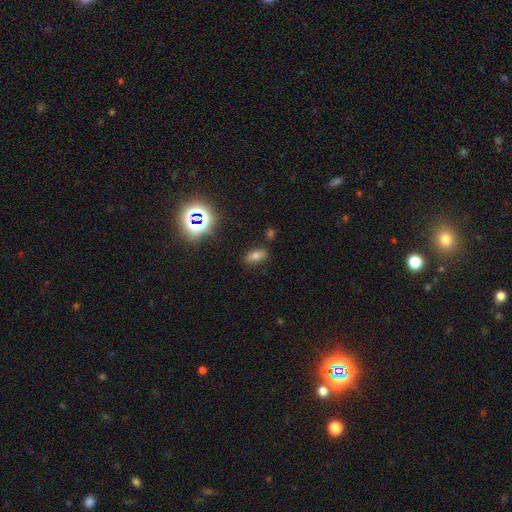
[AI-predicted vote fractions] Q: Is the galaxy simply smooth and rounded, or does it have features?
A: smooth — 69%.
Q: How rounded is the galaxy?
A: in between — 87%.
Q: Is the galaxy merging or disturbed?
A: none — 83%.